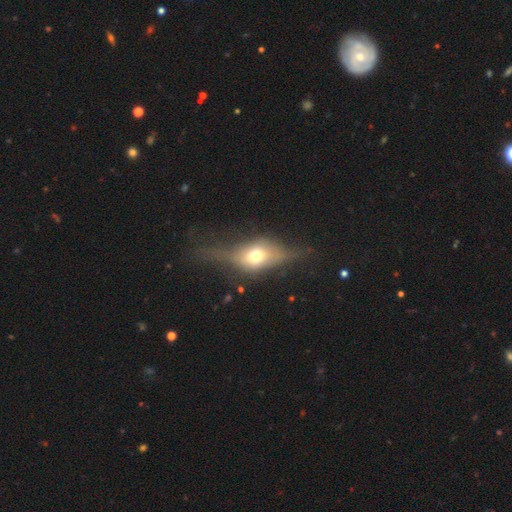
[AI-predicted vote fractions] Smooth or featured?
  - featured or disk: 51% *
  - smooth: 39%
  - star or artifact: 10%
Edge-on disk?
  - yes: 73% *
  - no: 27%
Merging?
  - none: 48% *
  - minor disturbance: 25%
  - major disturbance: 25%
  - merger: 3%